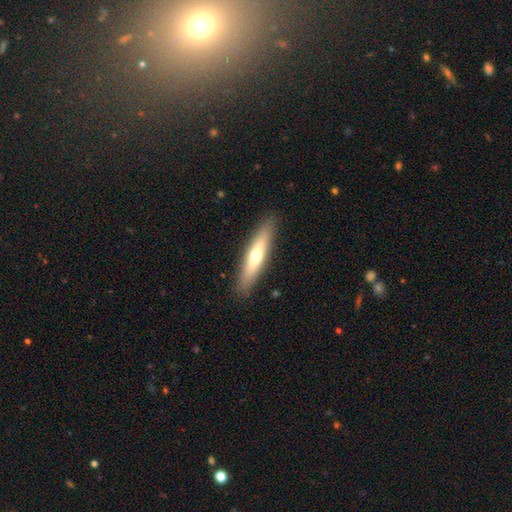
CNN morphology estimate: This is possibly a smooth galaxy (51%). How rounded: likely cigar-shaped (80%). Merging: clearly none (90%).